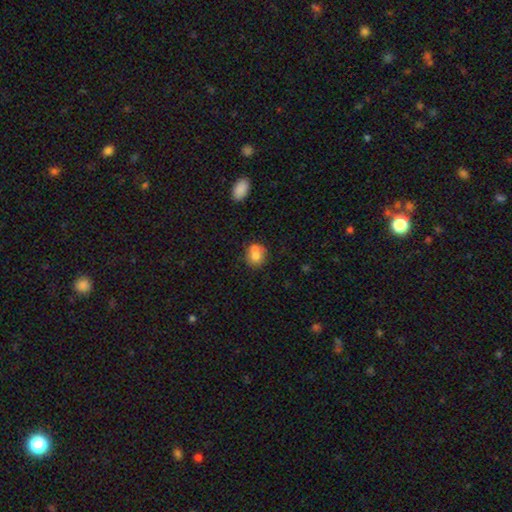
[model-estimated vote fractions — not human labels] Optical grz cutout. It shows a smooth galaxy with no disk features (71%) that is round (72%). Merging: merger (46%).